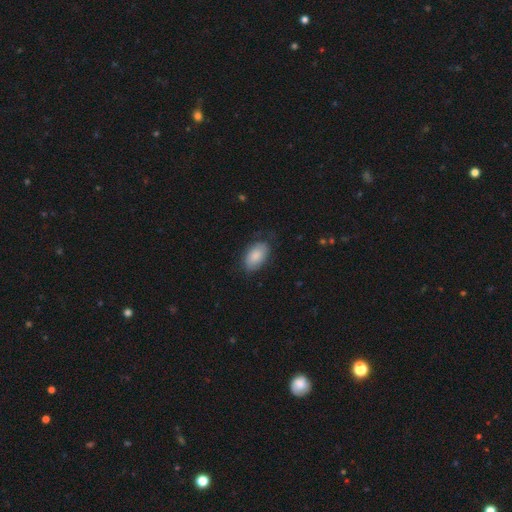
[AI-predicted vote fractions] The model was most divided on "merging": none: 70%, minor disturbance: 22%, major disturbance: 6%, merger: 1%. More confident: how rounded — in between (94%); smooth or featured — smooth (83%).